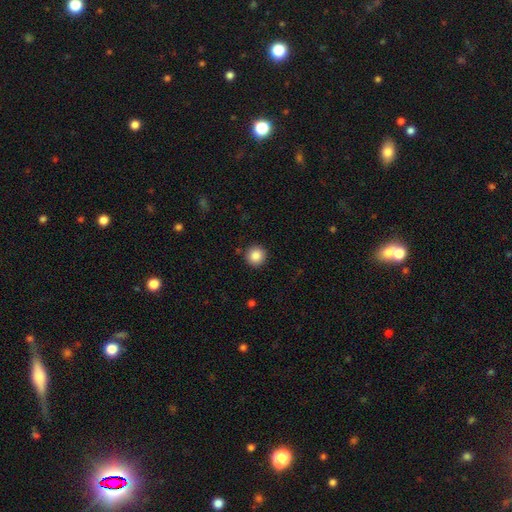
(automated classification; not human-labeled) smooth 87%, star or artifact 9%, featured or disk 4%. Down the decision tree: how rounded — round (95%); merging — none (91%).